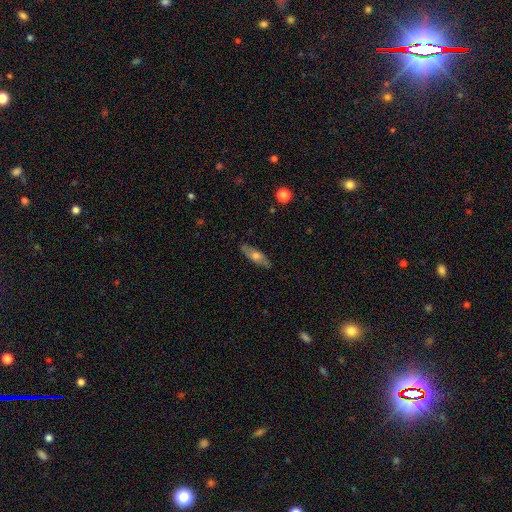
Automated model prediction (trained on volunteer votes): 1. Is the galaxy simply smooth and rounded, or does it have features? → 58% smooth, 36% featured or disk, 6% star or artifact.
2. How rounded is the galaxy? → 54% in between, 43% cigar-shaped, 3% round.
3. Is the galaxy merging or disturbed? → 87% none, 10% minor disturbance, 2% major disturbance, 1% merger.